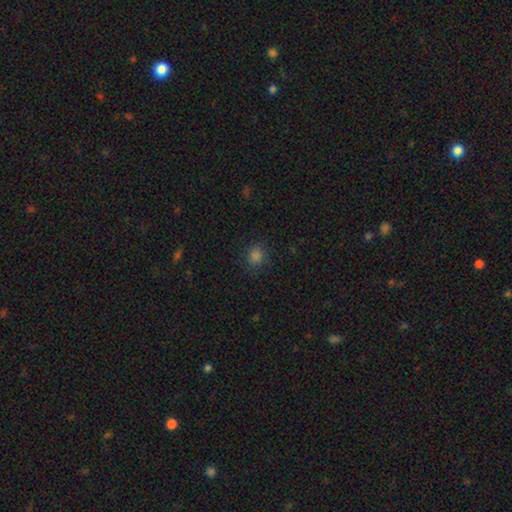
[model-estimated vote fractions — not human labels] Smooth or featured? Predicted: smooth (p=0.79). How rounded? Predicted: round (p=0.81). Merging? Predicted: none (p=0.86).